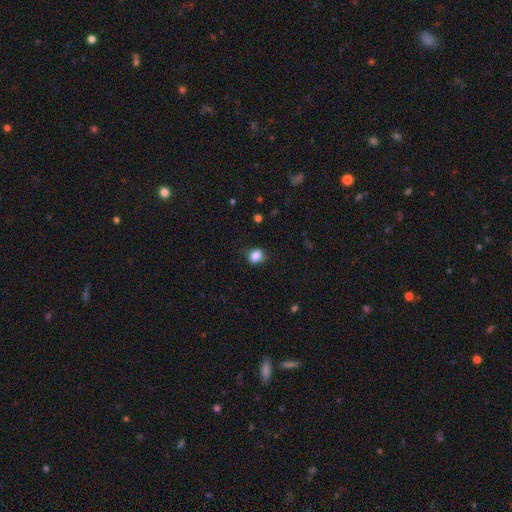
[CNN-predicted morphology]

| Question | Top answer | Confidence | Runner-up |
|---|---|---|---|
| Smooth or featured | smooth | 84% | star or artifact (10%) |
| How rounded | round | 55% | in between (44%) |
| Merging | none | 77% | minor disturbance (18%) |